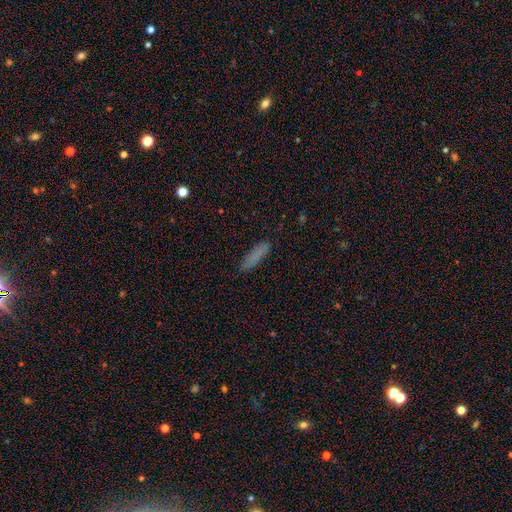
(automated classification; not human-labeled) Morphology: type=smooth (78%); roundness=cigar-shaped (73%); merging=none (83%).